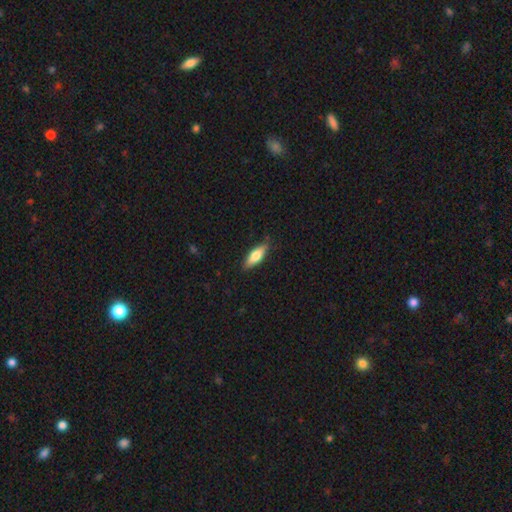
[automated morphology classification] Smooth or featured? Predicted: smooth (p=0.69). How rounded? Predicted: in between (p=0.56). Merging? Predicted: none (p=0.85).